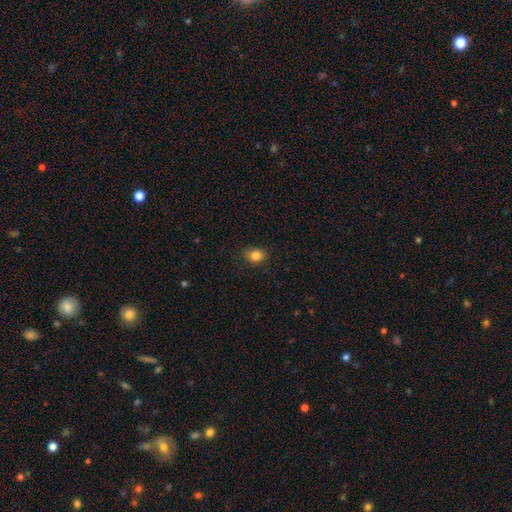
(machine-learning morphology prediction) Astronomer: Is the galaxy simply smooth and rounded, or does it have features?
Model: smooth — 84%.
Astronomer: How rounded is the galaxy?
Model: in between — 56% (runner-up: round, 43%).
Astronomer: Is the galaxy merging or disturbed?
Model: none — 84%.